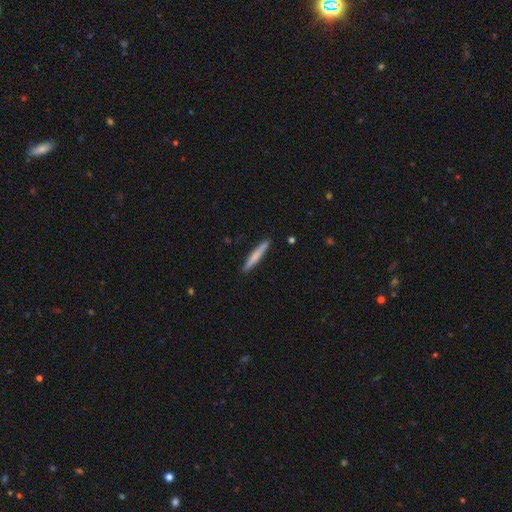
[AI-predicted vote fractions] Q: Smooth or featured?
A: smooth (69%); runner-up: featured or disk (26%)
Q: How rounded?
A: cigar-shaped (96%); runner-up: in between (3%)
Q: Merging?
A: none (90%); runner-up: minor disturbance (7%)